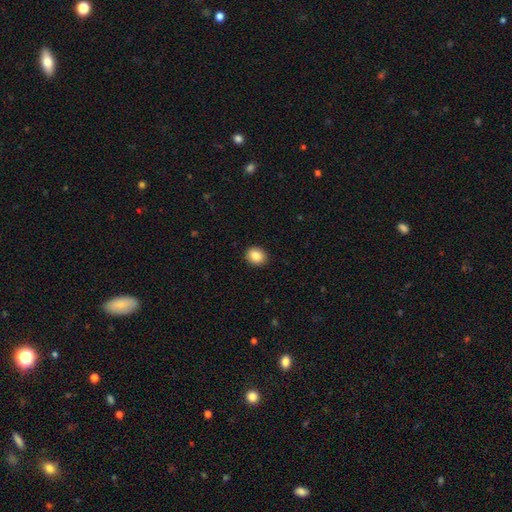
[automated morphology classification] Overall: smooth (86%). How rounded: round (70%). Merging: none (92%).